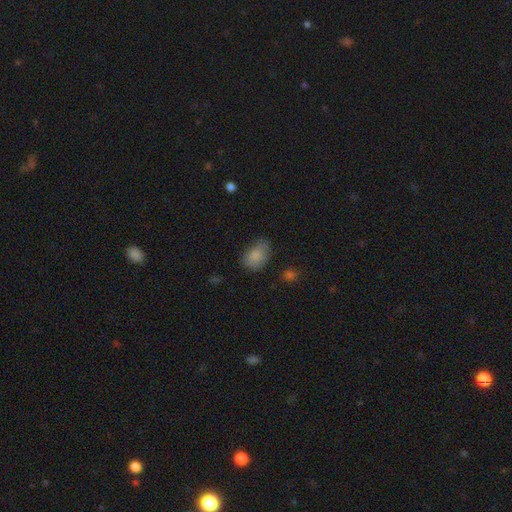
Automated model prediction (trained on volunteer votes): Q: Smooth or featured?
A: smooth (84%); runner-up: star or artifact (8%)
Q: How rounded?
A: in between (86%); runner-up: round (13%)
Q: Merging?
A: none (61%); runner-up: minor disturbance (30%)